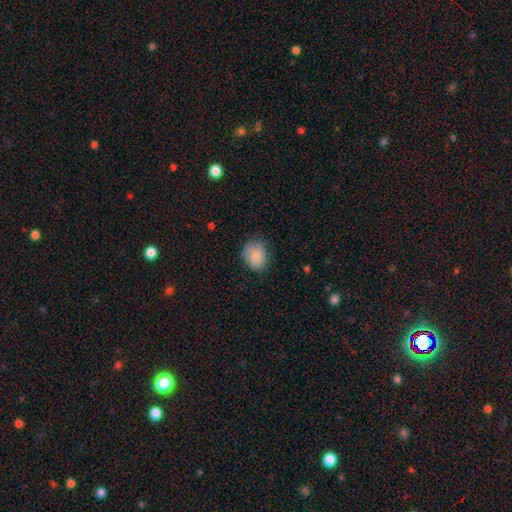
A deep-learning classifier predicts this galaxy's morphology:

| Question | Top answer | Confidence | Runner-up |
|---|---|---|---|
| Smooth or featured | smooth | 83% | featured or disk (10%) |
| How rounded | in between | 55% | round (44%) |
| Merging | none | 75% | minor disturbance (20%) |